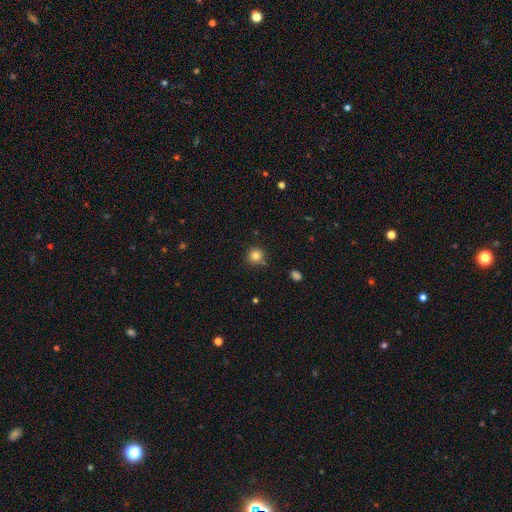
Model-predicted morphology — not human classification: type=smooth (83%); roundness=round (93%); merging=none (82%).